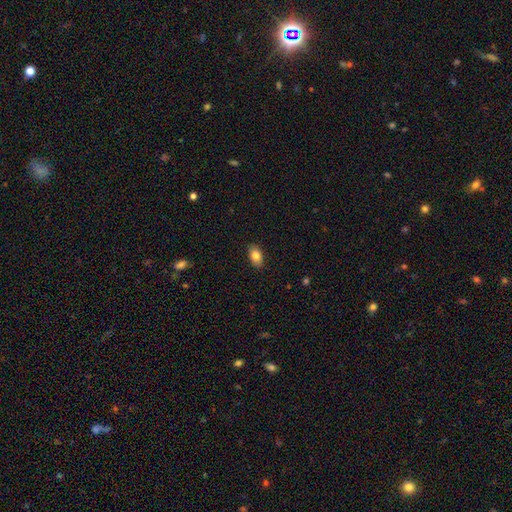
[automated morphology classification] smooth-or-featured: smooth: 81% | featured or disk: 11% | star or artifact: 8%
  how-rounded: in between: 91% | round: 7% | cigar-shaped: 2%
  merging: none: 88% | minor disturbance: 9% | major disturbance: 2% | merger: 1%